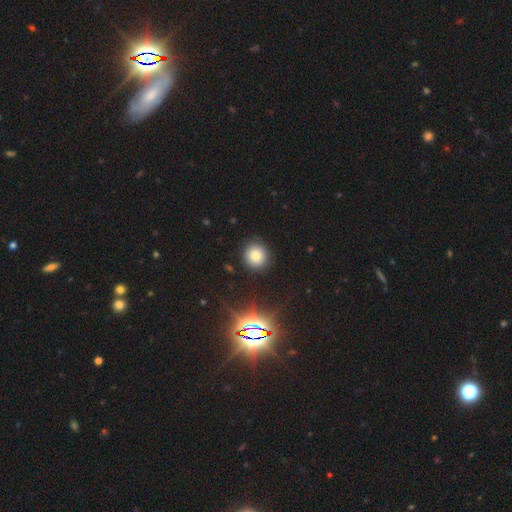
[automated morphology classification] Q: Smooth or featured?
A: smooth (78%); runner-up: star or artifact (15%)
Q: How rounded?
A: round (91%); runner-up: in between (8%)
Q: Merging?
A: none (89%); runner-up: minor disturbance (7%)